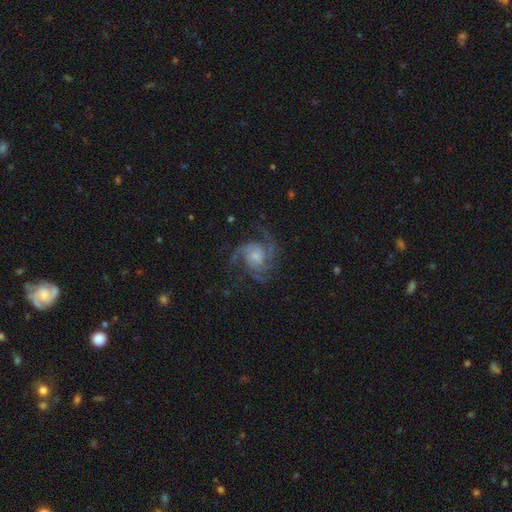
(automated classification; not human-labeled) Smooth or featured? Predicted: featured or disk (p=0.89). Edge-on disk? Predicted: no (p=0.98). Bar? Predicted: no (p=0.70). Spiral arms? Predicted: yes (p=0.98). Spiral winding? Predicted: medium (p=0.51). Spiral arm count? Predicted: 3 (p=0.44). Bulge size? Predicted: small (p=0.48). Merging? Predicted: none (p=0.69).